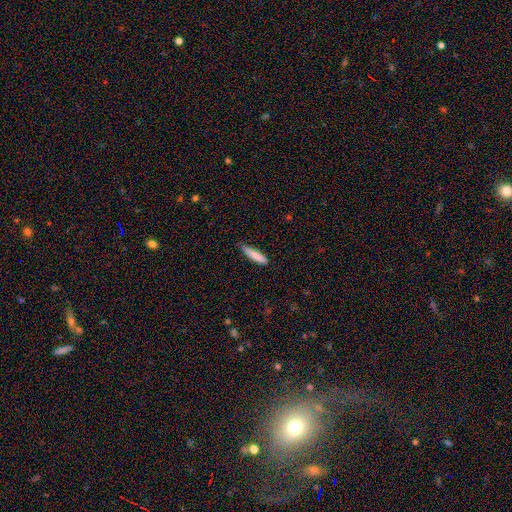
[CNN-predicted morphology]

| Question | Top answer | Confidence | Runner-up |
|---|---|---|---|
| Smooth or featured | smooth | 82% | featured or disk (12%) |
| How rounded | cigar-shaped | 84% | in between (14%) |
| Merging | none | 80% | minor disturbance (17%) |